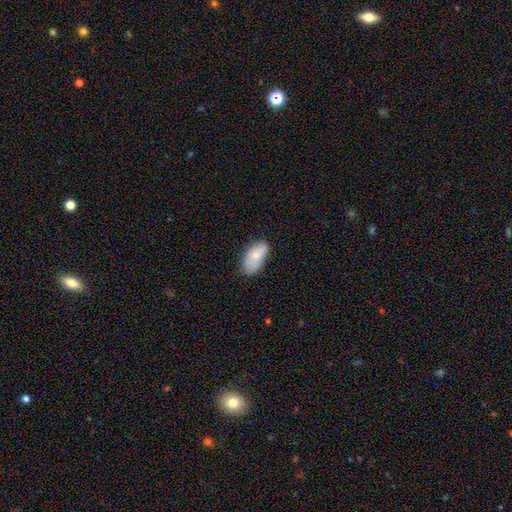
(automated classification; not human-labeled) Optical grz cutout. It shows a smooth galaxy with no disk features (75%) that is in between round and cigar-shaped (93%). Merging: none (60%).